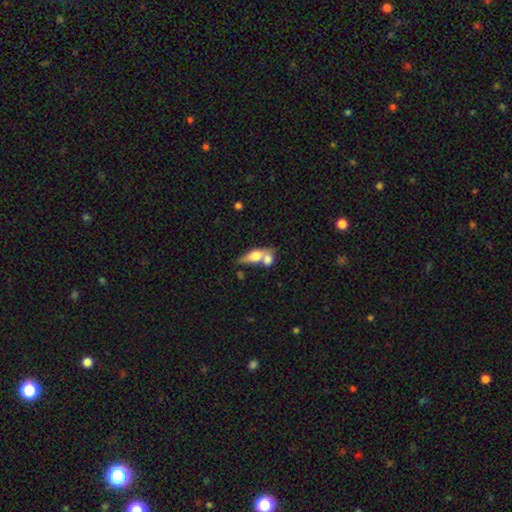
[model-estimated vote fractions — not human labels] This is possibly a smooth galaxy (58%). How rounded: likely in between (64%). Merging: possibly merger (59%).